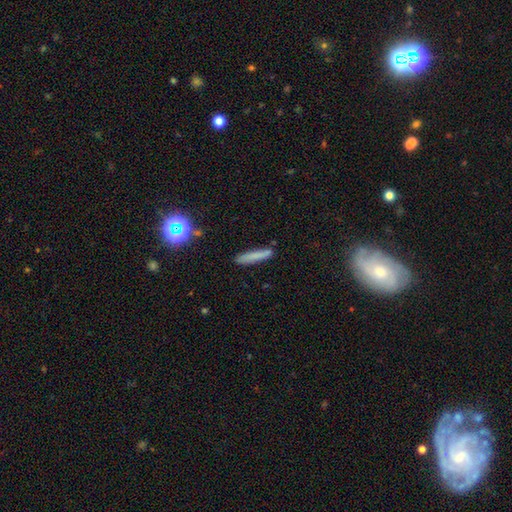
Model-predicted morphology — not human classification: A smooth galaxy with no disk features (72%) that is cigar-shaped (92%). Merging: none (84%).